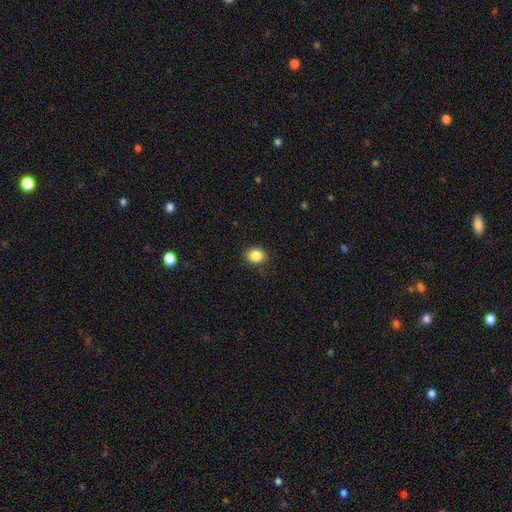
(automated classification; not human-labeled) Smooth or featured?
  - smooth: 86% *
  - star or artifact: 10%
  - featured or disk: 4%
How rounded?
  - round: 59% *
  - in between: 40%
  - cigar-shaped: 1%
Merging?
  - none: 87% *
  - minor disturbance: 9%
  - major disturbance: 2%
  - merger: 1%